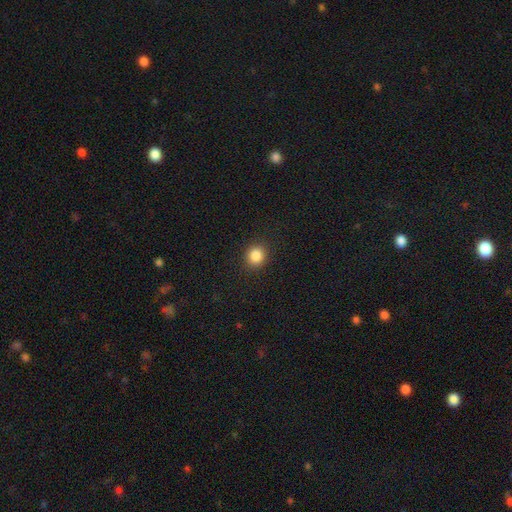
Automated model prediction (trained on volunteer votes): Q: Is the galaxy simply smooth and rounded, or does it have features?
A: smooth — 86%.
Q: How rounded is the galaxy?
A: round — 83%.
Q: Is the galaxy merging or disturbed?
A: none — 90%.